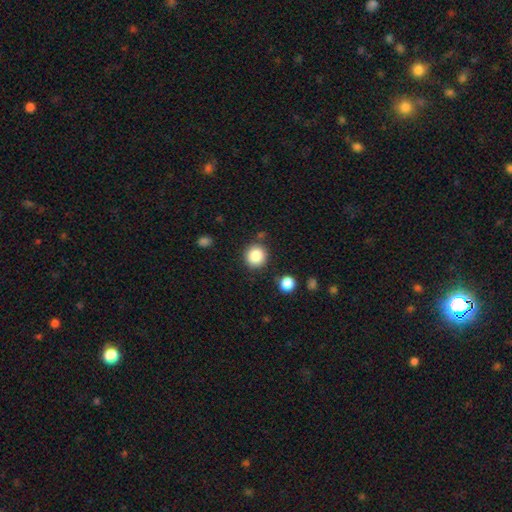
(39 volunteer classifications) Overall: smooth (92%). How rounded: round (94%). Merging: none (86%).